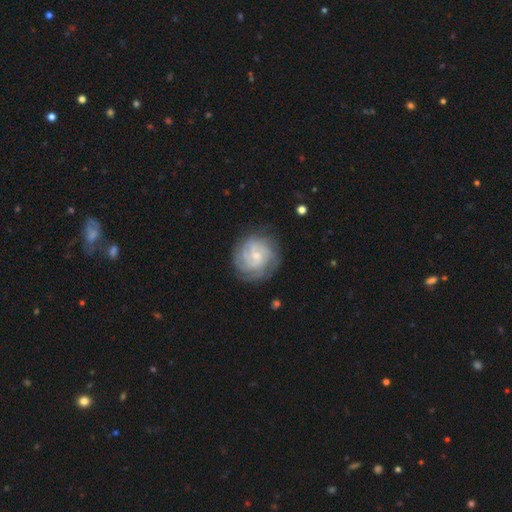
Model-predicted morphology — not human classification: Q: Smooth or featured?
A: featured or disk (76%); runner-up: smooth (18%)
Q: Edge-on disk?
A: no (98%); runner-up: yes (2%)
Q: Bar?
A: no (59%); runner-up: weak (36%)
Q: Spiral arms?
A: yes (93%); runner-up: no (7%)
Q: Spiral winding?
A: tight (66%); runner-up: medium (27%)
Q: Spiral arm count?
A: can't tell (38%); runner-up: 4 (18%)
Q: Bulge size?
A: small (69%); runner-up: moderate (25%)
Q: Merging?
A: none (78%); runner-up: minor disturbance (15%)